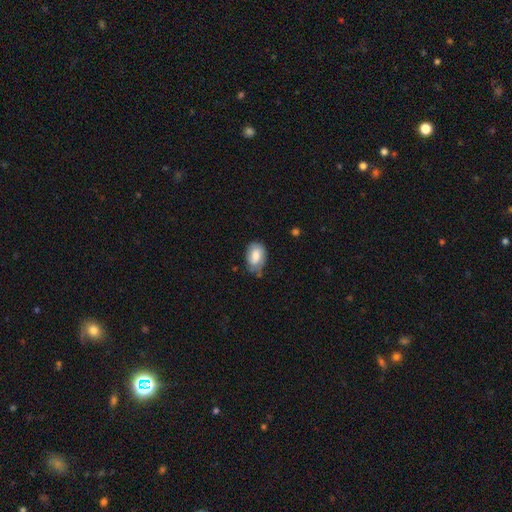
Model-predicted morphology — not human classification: A smooth galaxy with no disk features (69%) that is in between round and cigar-shaped (87%).

Vote fractions:
- Smooth or featured? smooth: 69% / featured or disk: 24% / star or artifact: 7%
- How rounded? in between: 87% / round: 11% / cigar-shaped: 1%
- Merging? none: 55% / minor disturbance: 34% / major disturbance: 8% / merger: 3%